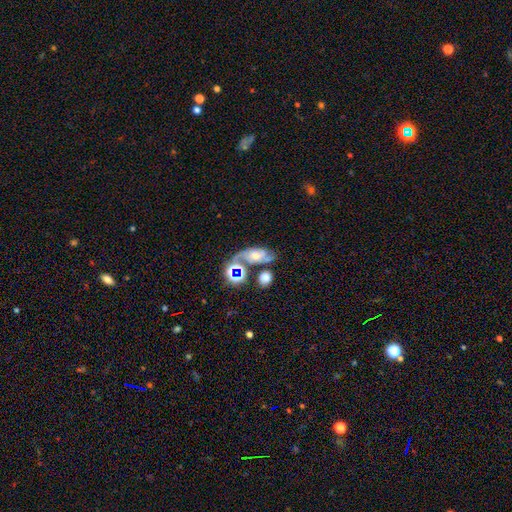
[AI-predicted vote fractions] The model was most divided on "bulge size": moderate: 51%, small: 34%, large: 7%, none: 5%, dominant: 3%. Remaining: edge-on disk — no (93%); spiral arms — yes (84%); bar — no (68%); smooth or featured — featured or disk (57%); merging — none (45%).